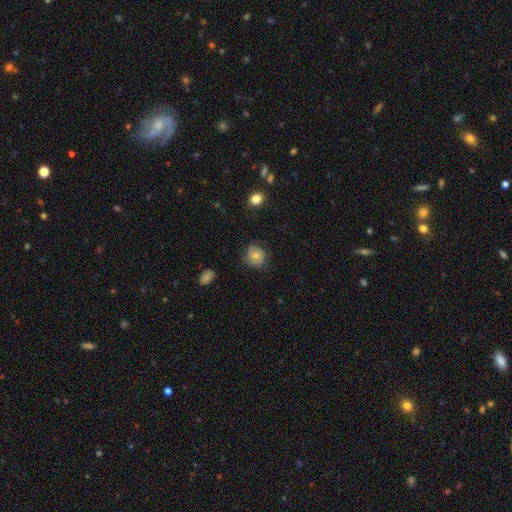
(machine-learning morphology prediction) Overall: smooth (65%; featured or disk 26%). How rounded: round (75%). Merging: none (69%).